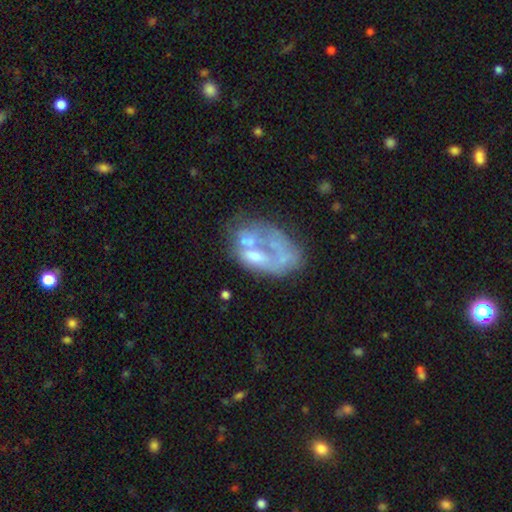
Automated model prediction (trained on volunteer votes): Overall: featured or disk (61%; smooth 28%). Edge-on disk: no (97%). Bar: no (86%). Spiral arms: no (88%). Bulge size: none (48%; moderate 27%). Merging: major disturbance (29%; none 27%).